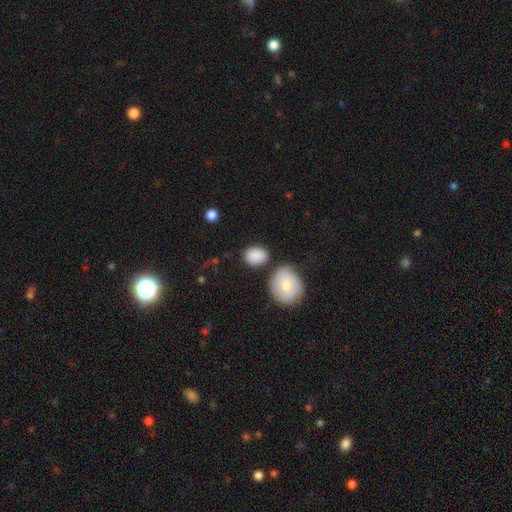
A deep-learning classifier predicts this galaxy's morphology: Smooth or featured: smooth — 88% (star or artifact — 7%)
How rounded: in between — 66% (round — 33%)
Merging: none — 74% (minor disturbance — 13%)